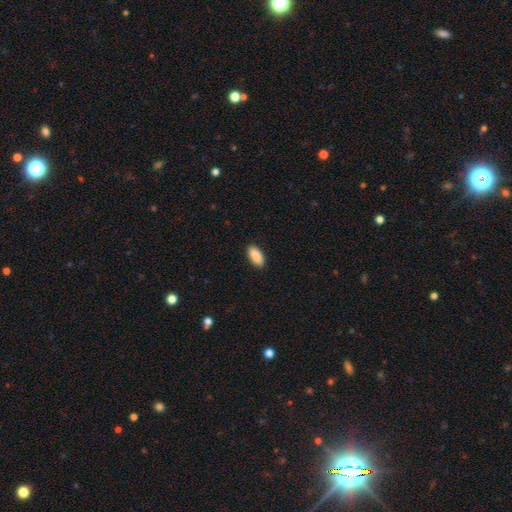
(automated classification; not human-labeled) smooth-or-featured: smooth: 90% | star or artifact: 6% | featured or disk: 3%
  how-rounded: in between: 90% | cigar-shaped: 8% | round: 2%
  merging: none: 89% | minor disturbance: 8% | major disturbance: 2% | merger: 1%